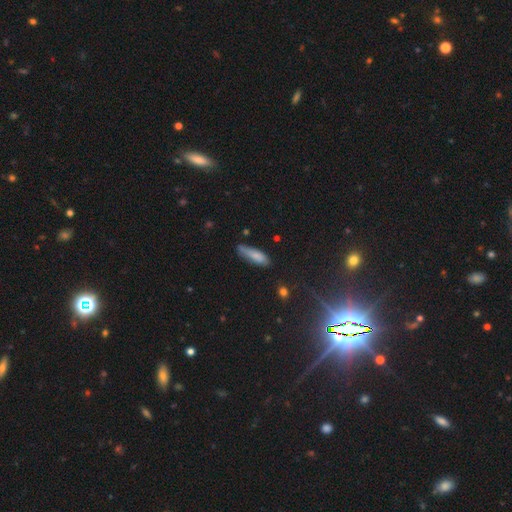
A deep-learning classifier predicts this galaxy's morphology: smooth 77%, featured or disk 15%, star or artifact 7%. Down the decision tree: how rounded — cigar-shaped (61%); merging — none (66%).